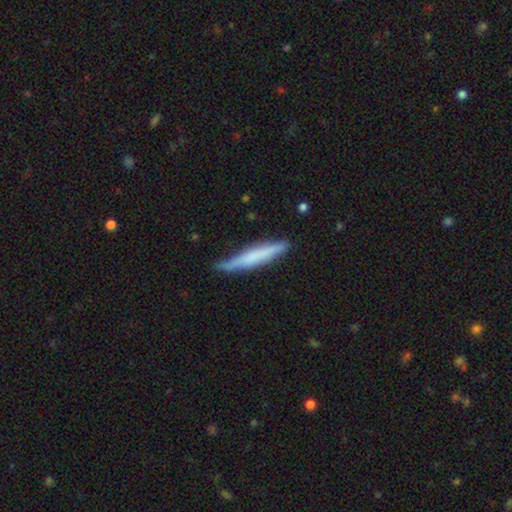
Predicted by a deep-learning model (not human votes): A smooth galaxy with no disk features (55%) that is cigar-shaped (94%).

Vote fractions:
- Smooth or featured? smooth: 55% / featured or disk: 39% / star or artifact: 6%
- How rounded? cigar-shaped: 94% / in between: 5% / round: 1%
- Merging? none: 78% / minor disturbance: 17% / major disturbance: 3% / merger: 2%